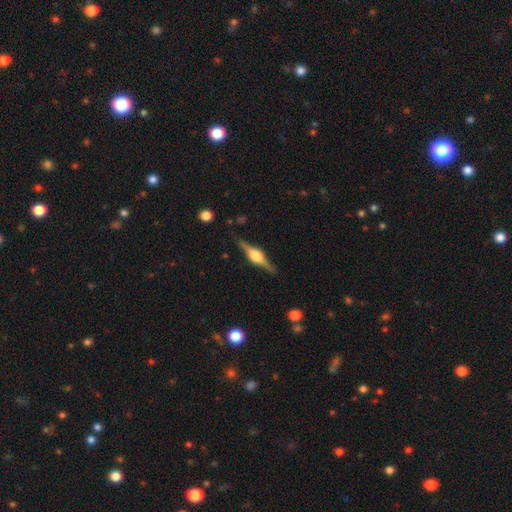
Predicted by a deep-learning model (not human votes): The model was most divided on "smooth or featured": featured or disk: 83%, smooth: 12%, star or artifact: 5%. More confident: edge-on disk — yes (98%); edge-on bulge — rounded (89%); merging — none (89%).